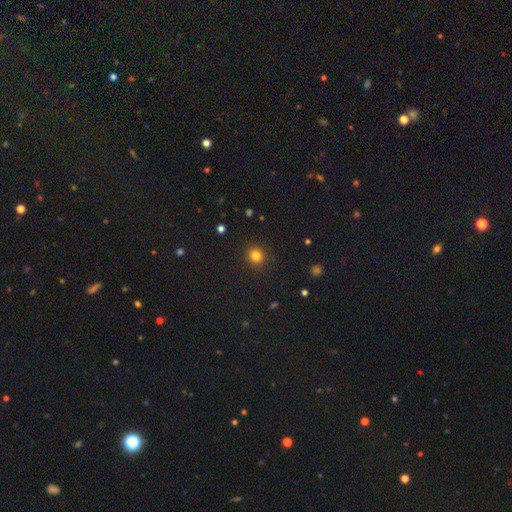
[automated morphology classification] A smooth galaxy with no disk features (82%) that is round (89%).

Vote fractions:
- Smooth or featured? smooth: 82% / star or artifact: 13% / featured or disk: 5%
- How rounded? round: 89% / in between: 10% / cigar-shaped: 1%
- Merging? none: 91% / minor disturbance: 6% / major disturbance: 2% / merger: 1%